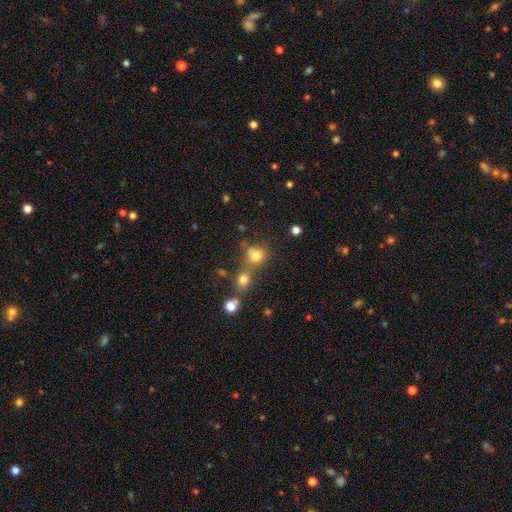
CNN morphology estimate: smooth 76%, star or artifact 15%, featured or disk 9%. Down the decision tree: how rounded — round (77%); merging — none (46%).